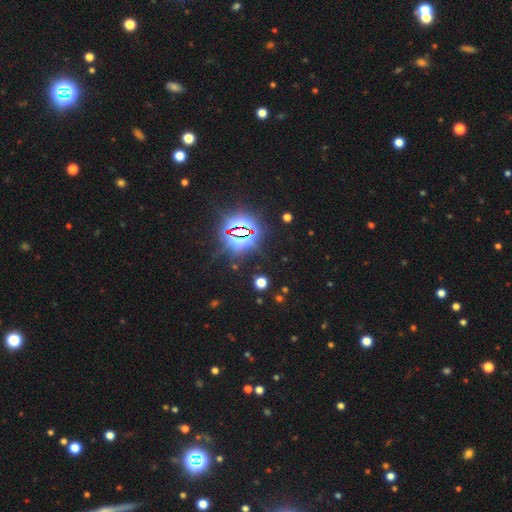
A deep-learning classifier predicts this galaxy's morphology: This is clearly a star or artifact rather than a galaxy (82%).